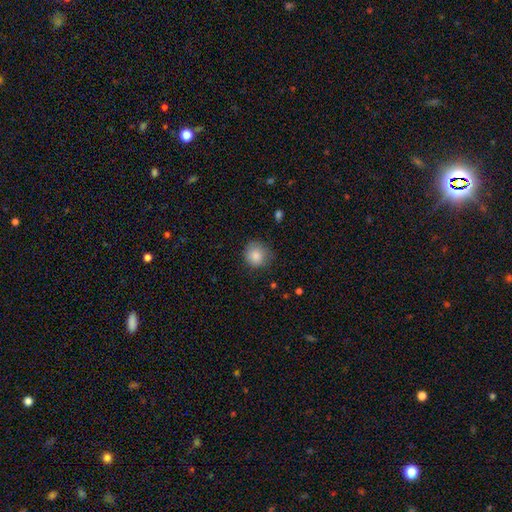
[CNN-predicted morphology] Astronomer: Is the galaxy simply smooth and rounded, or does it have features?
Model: smooth — 85%.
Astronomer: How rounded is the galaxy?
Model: round — 88%.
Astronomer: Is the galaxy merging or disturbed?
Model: none — 72%.